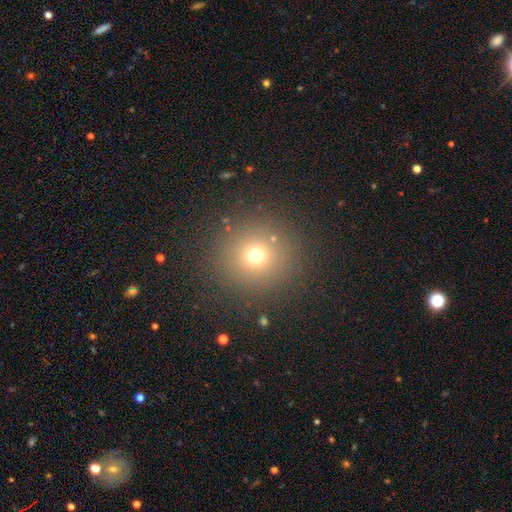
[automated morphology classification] This is likely a smooth galaxy (69%). How rounded: clearly round (93%). Merging: clearly none (87%).